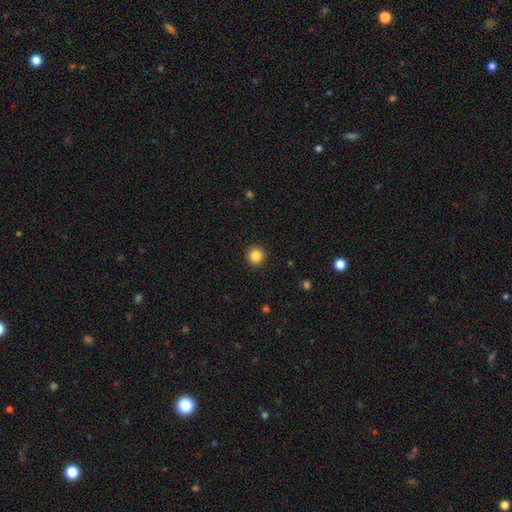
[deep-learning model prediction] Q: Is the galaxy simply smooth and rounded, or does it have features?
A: smooth — 86%.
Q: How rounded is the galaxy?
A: round — 96%.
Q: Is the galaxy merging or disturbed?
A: none — 93%.